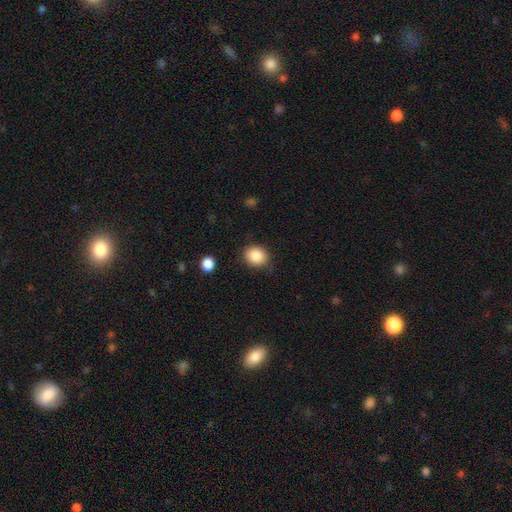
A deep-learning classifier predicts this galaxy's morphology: Smooth or featured? Predicted: smooth (p=0.86). How rounded? Predicted: round (p=0.62). Merging? Predicted: none (p=0.80).